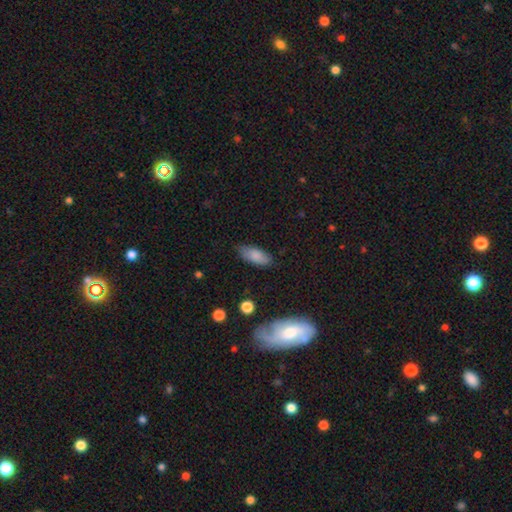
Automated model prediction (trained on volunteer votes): The model was most divided on "merging": none: 78%, minor disturbance: 17%, major disturbance: 3%, merger: 1%. More confident: how rounded — in between (84%); smooth or featured — smooth (83%).